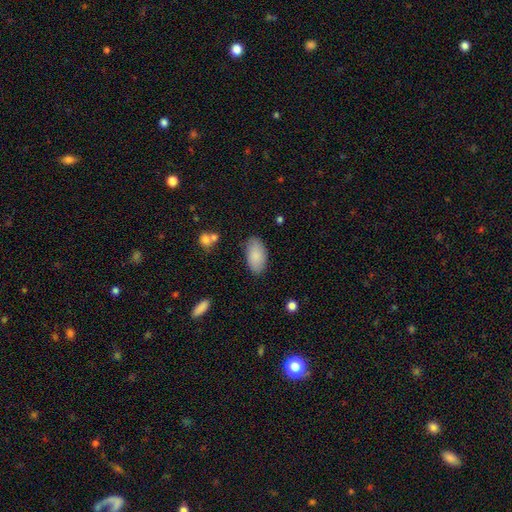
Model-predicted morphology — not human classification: Smooth or featured: smooth — 86% (featured or disk — 7%)
How rounded: in between — 95% (round — 3%)
Merging: none — 83% (minor disturbance — 13%)